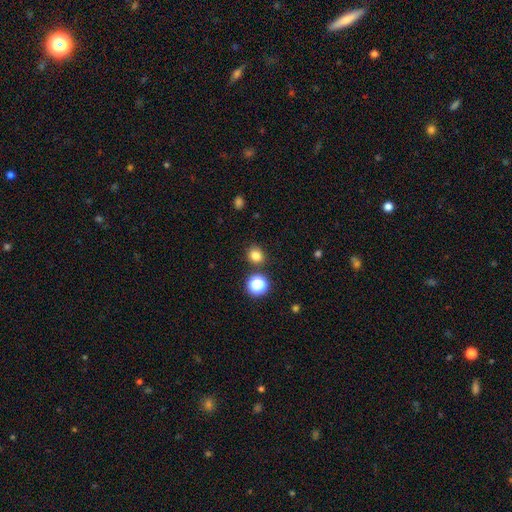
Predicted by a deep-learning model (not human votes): smooth 80%, star or artifact 15%, featured or disk 5%. Down the decision tree: how rounded — round (77%); merging — none (84%).